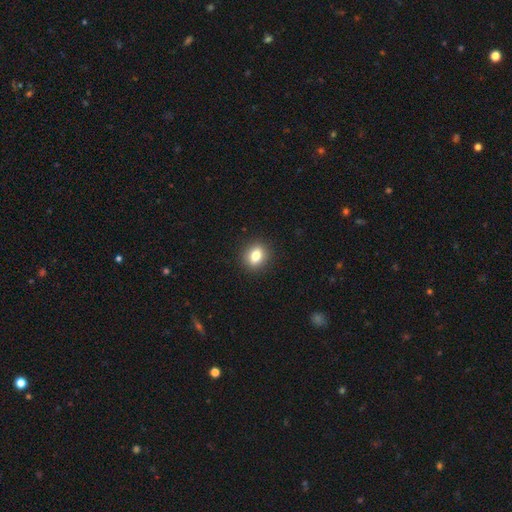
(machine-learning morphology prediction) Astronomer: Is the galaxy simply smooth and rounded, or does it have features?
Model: smooth — 81%.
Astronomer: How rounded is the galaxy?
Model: round — 56% (runner-up: in between, 43%).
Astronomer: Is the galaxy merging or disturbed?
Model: none — 91%.